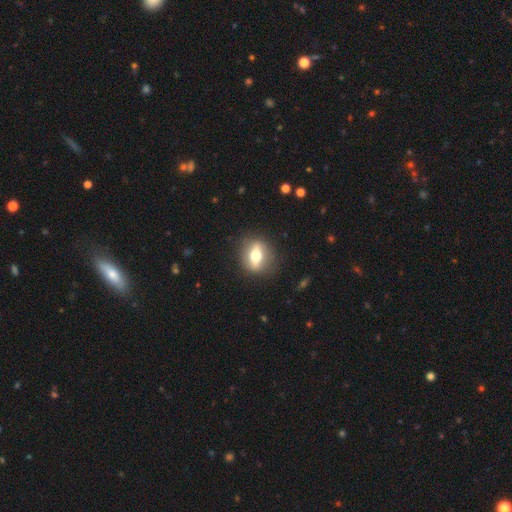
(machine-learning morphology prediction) The model was most divided on "smooth or featured": smooth: 49%, featured or disk: 43%, star or artifact: 8%. More confident: merging — none (85%).